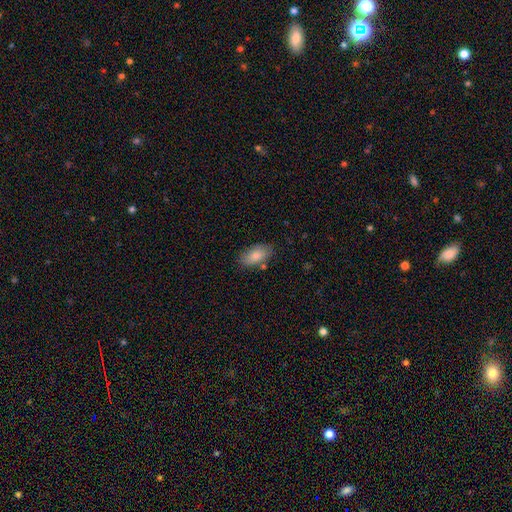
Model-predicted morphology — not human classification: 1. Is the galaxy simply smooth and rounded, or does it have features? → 84% smooth, 10% featured or disk, 7% star or artifact.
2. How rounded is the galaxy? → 93% in between, 4% cigar-shaped, 3% round.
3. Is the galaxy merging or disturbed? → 78% none, 14% minor disturbance, 5% merger, 3% major disturbance.